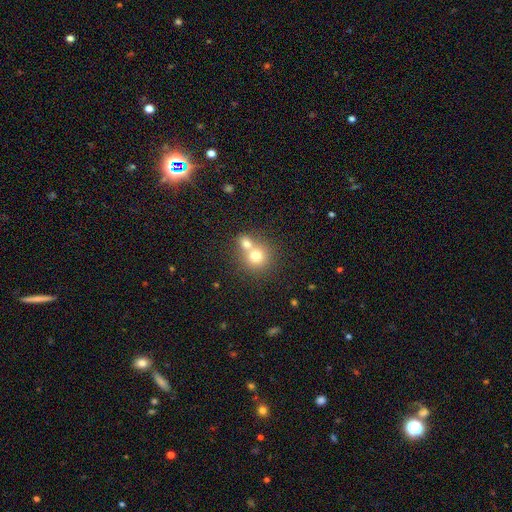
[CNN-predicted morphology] Q: Smooth or featured?
A: smooth (72%); runner-up: featured or disk (16%)
Q: How rounded?
A: round (82%); runner-up: in between (17%)
Q: Merging?
A: merger (60%); runner-up: none (32%)